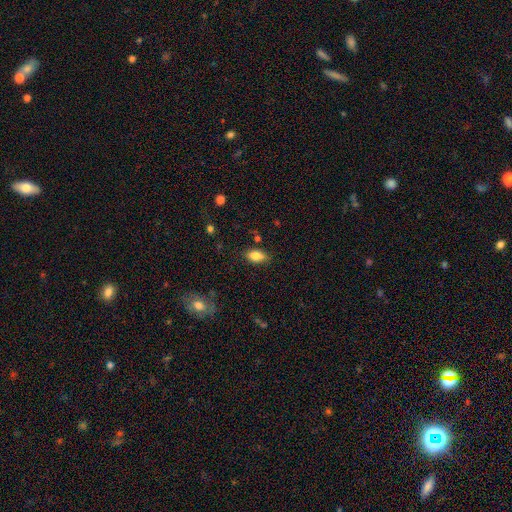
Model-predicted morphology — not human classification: Overall: smooth (81%). How rounded: in between (89%). Merging: none (81%).